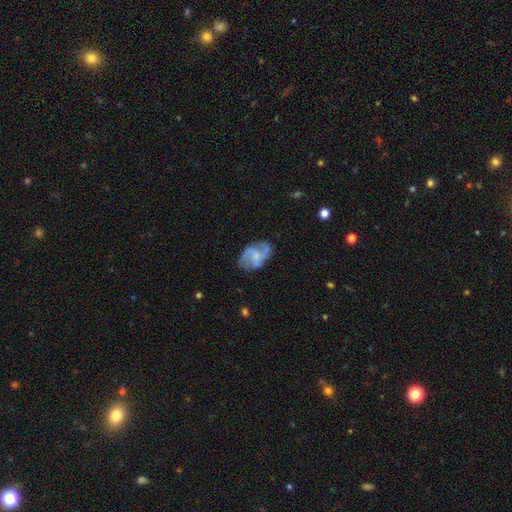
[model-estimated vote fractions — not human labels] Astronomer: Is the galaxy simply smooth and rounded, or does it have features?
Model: featured or disk — 68%.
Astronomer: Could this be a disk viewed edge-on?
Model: no — 97%.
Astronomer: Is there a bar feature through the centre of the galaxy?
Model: no — 54% (runner-up: weak, 38%).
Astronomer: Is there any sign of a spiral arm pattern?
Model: yes — 79%.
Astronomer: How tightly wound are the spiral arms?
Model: medium — 43% (runner-up: loose, 42%).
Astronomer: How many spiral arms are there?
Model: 2 — 58%.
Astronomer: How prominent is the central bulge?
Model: small — 51%.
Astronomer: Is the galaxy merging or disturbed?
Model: none — 55%.